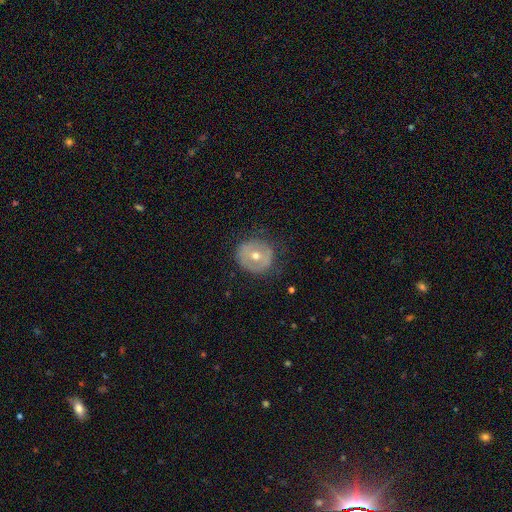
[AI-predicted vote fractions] A featured or disk galaxy (50%). Merging: none (78%).